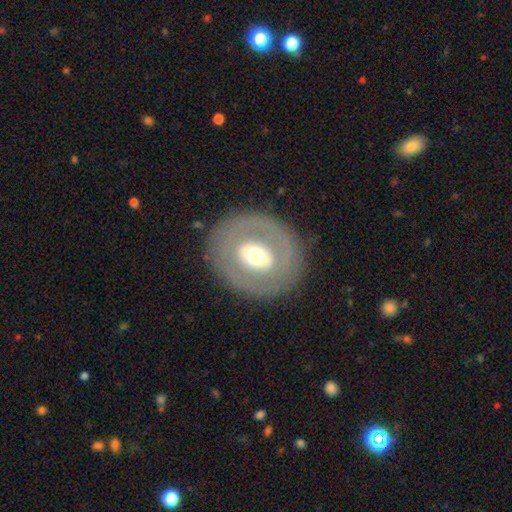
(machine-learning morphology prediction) The model was most divided on "bar": no: 47%, weak: 30%, strong: 23%. More confident: edge-on disk — no (93%); merging — none (83%); spiral arms — no (82%); bulge size — moderate (64%); smooth or featured — featured or disk (58%).